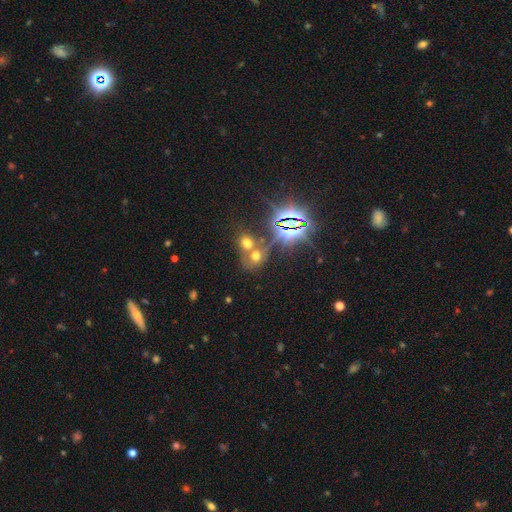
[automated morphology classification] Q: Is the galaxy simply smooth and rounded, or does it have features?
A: smooth — 48%.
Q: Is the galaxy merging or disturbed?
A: merger — 54%.